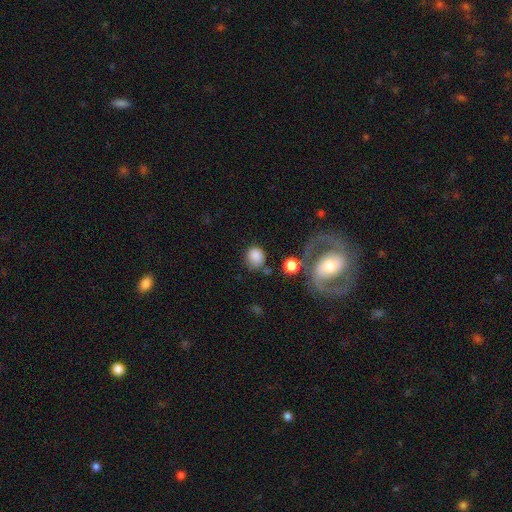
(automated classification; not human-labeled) Smooth or featured? Predicted: smooth (p=0.82). How rounded? Predicted: round (p=0.73). Merging? Predicted: none (p=0.64).